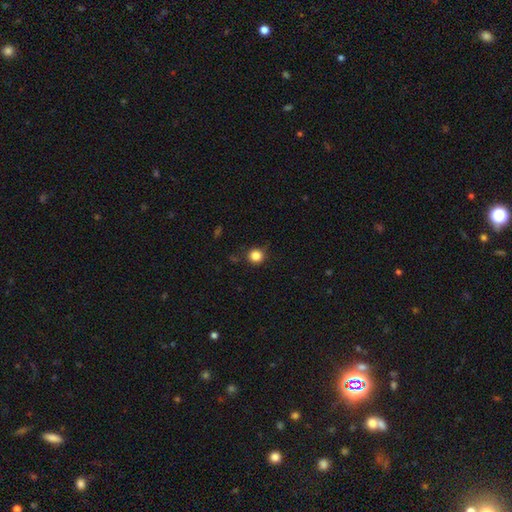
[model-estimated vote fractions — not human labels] A smooth galaxy with no disk features (84%) that is round (93%). Merging: none (84%).